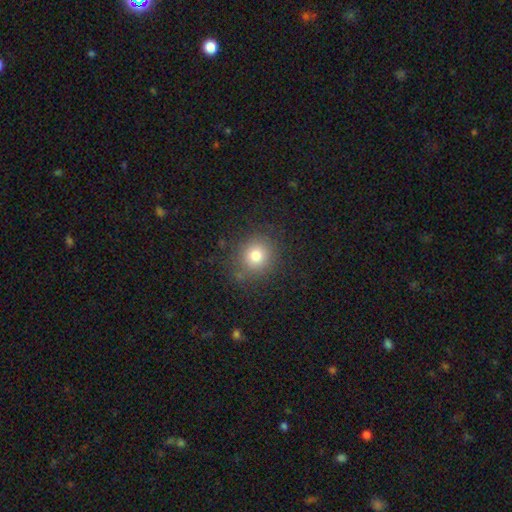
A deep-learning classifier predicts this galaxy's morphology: This appears to be a smooth galaxy with no disk features (77%) that is round (87%). Merging: none (82%).